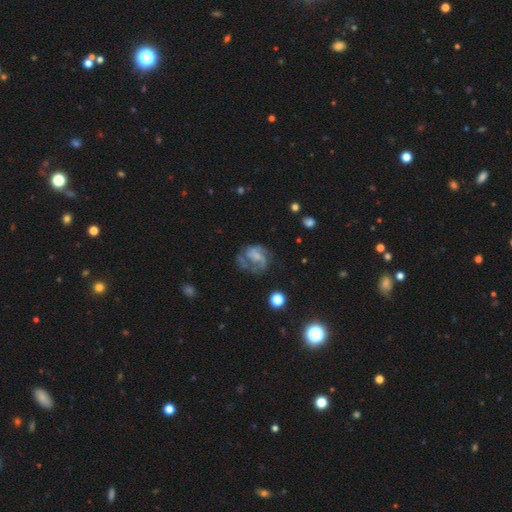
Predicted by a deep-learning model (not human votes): This appears to be a featured or disk galaxy (77%) with no bar (53%), 2 (57%) medium (51%) spiral arms (91%) and a small central bulge (50%). Merging: none (50%).